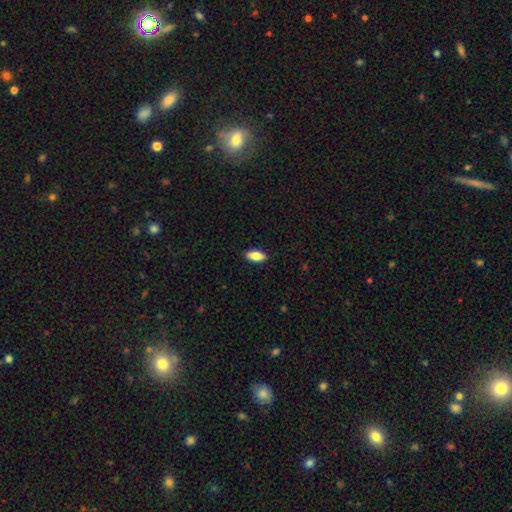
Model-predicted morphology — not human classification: A smooth galaxy with no disk features (81%) that is in between round and cigar-shaped (83%). Merging: none (89%).